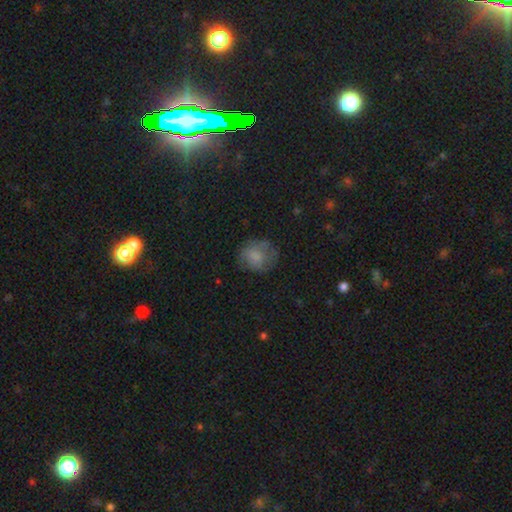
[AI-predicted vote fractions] A smooth galaxy with no disk features (67%) that is round (74%).

Vote fractions:
- Smooth or featured? smooth: 67% / featured or disk: 23% / star or artifact: 10%
- How rounded? round: 74% / in between: 25% / cigar-shaped: 1%
- Merging? none: 62% / minor disturbance: 23% / major disturbance: 13% / merger: 1%